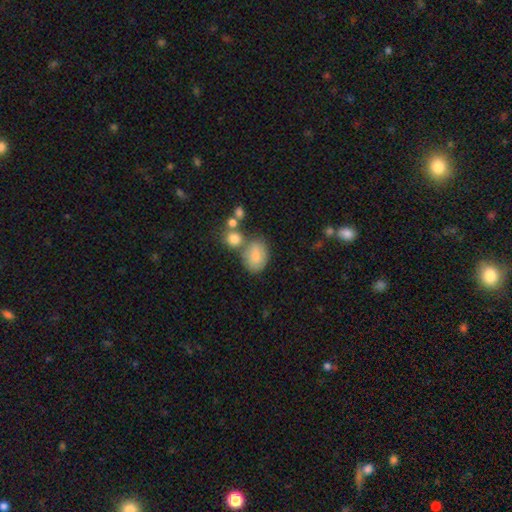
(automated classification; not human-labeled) smooth-or-featured: smooth: 81% | featured or disk: 11% | star or artifact: 9%
  how-rounded: in between: 75% | round: 24% | cigar-shaped: 1%
  merging: none: 51% | merger: 24% | minor disturbance: 18% | major disturbance: 7%